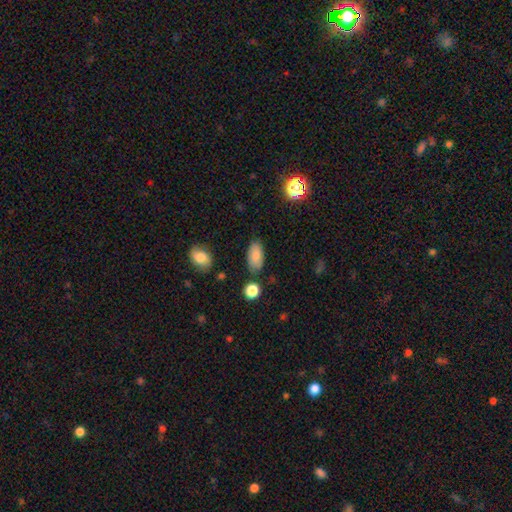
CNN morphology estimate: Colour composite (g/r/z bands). It shows a smooth galaxy with no disk features (83%) that is in between round and cigar-shaped (92%). Merging: none (80%).